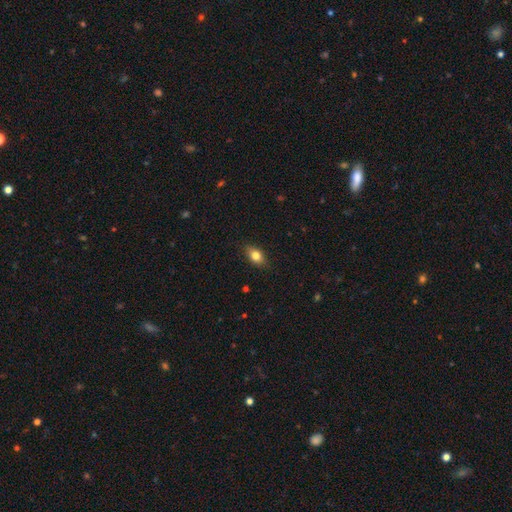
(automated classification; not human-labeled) A smooth galaxy with no disk features (80%) that is in between round and cigar-shaped (83%).

Vote fractions:
- Smooth or featured? smooth: 80% / featured or disk: 11% / star or artifact: 9%
- How rounded? in between: 83% / round: 13% / cigar-shaped: 4%
- Merging? none: 85% / minor disturbance: 11% / major disturbance: 2% / merger: 1%